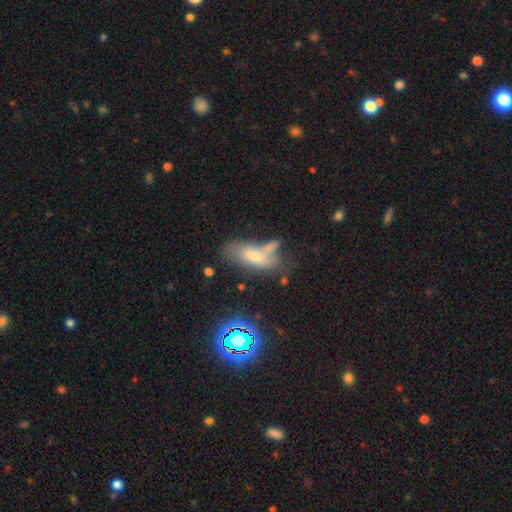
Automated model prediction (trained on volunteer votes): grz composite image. It shows a smooth galaxy with no disk features (63%) that is in between round and cigar-shaped (77%). Merging: none (34%).